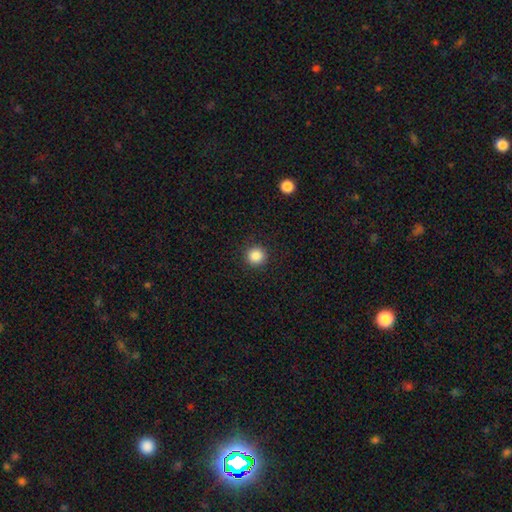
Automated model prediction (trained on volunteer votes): Smooth or featured: smooth — 87% (star or artifact — 10%)
How rounded: round — 95% (in between — 4%)
Merging: none — 91% (minor disturbance — 6%)